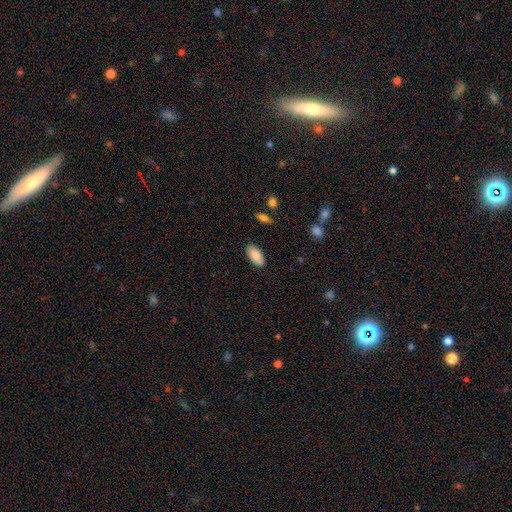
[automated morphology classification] Q: Smooth or featured?
A: smooth (88%); runner-up: star or artifact (6%)
Q: How rounded?
A: in between (91%); runner-up: cigar-shaped (7%)
Q: Merging?
A: none (88%); runner-up: minor disturbance (9%)